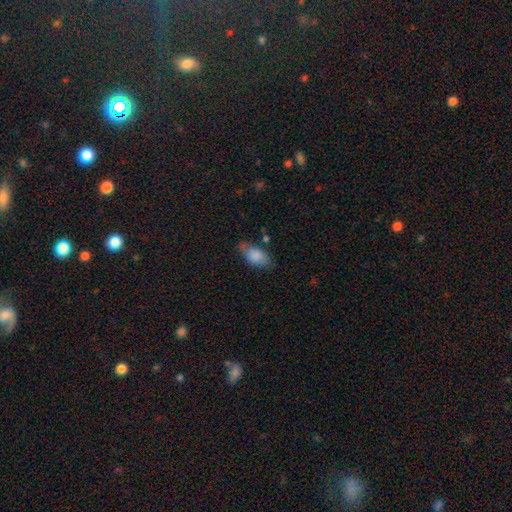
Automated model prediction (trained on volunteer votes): Smooth or featured?
  - smooth: 82% *
  - featured or disk: 11%
  - star or artifact: 7%
How rounded?
  - in between: 91% *
  - round: 5%
  - cigar-shaped: 4%
Merging?
  - none: 63% *
  - minor disturbance: 26%
  - major disturbance: 7%
  - merger: 4%